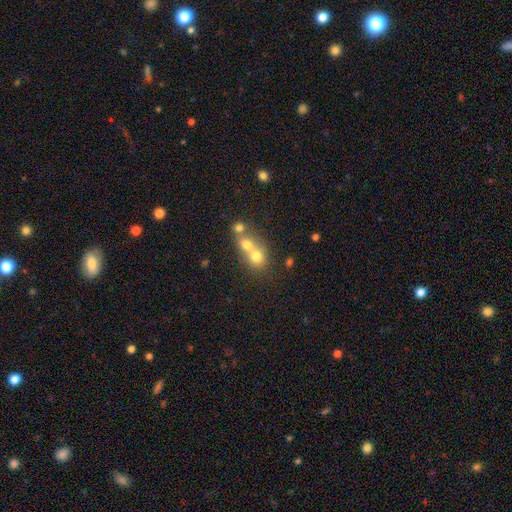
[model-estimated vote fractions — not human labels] The model was most divided on "how rounded": round: 68%, in between: 30%, cigar-shaped: 2%. More confident: merging — merger (69%); smooth or featured — smooth (67%).